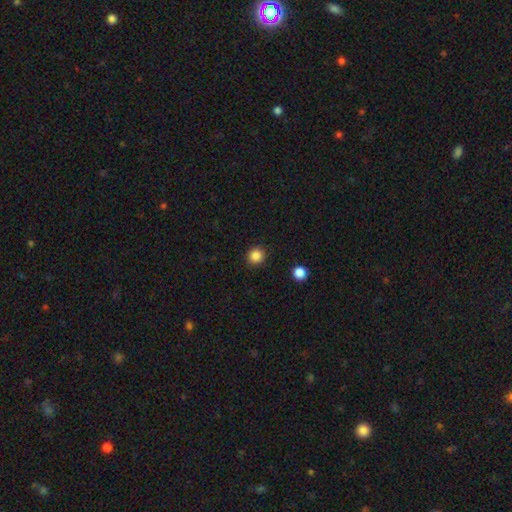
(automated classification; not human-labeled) This appears to be a smooth galaxy with no disk features (86%) that is round (91%). Merging: none (91%).